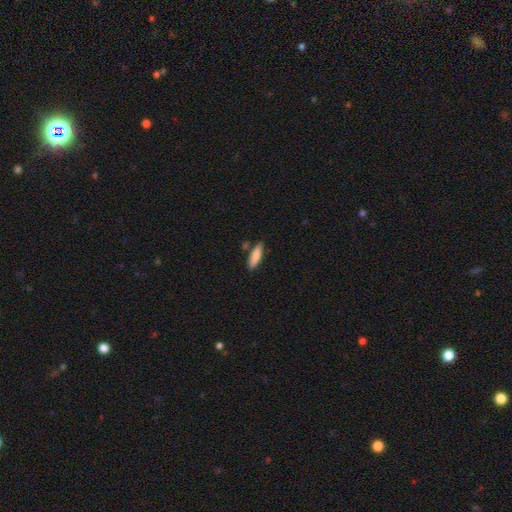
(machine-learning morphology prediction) This appears to be a smooth galaxy with no disk features (81%) that is cigar-shaped (64%). Merging: none (79%).